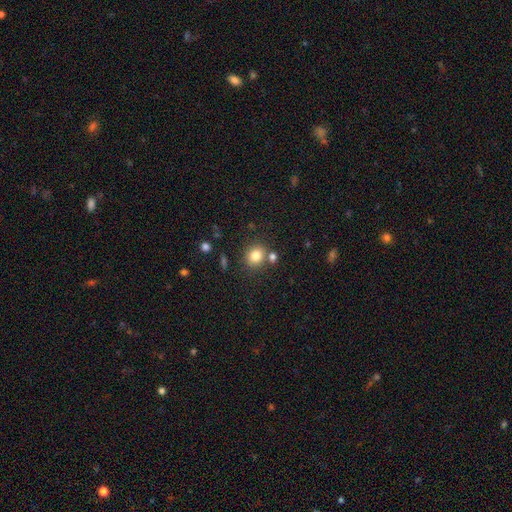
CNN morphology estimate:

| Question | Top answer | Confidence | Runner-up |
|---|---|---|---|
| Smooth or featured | smooth | 81% | star or artifact (11%) |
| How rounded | round | 70% | in between (29%) |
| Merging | none | 74% | merger (13%) |